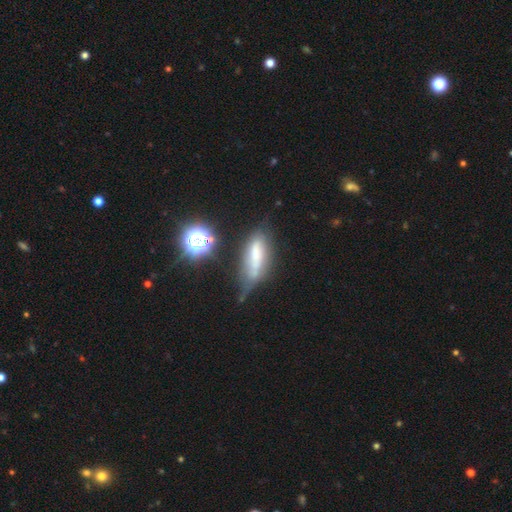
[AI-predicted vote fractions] A smooth galaxy with no disk features (53%) that is in between round and cigar-shaped (54%). Merging: minor disturbance (35%).